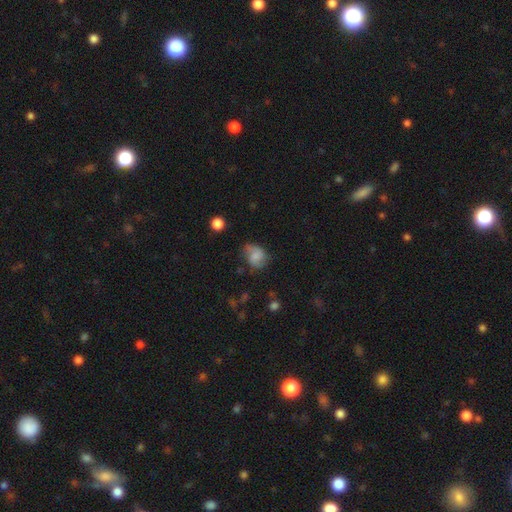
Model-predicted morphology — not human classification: smooth_or_featured: smooth (p=0.57) [alt: featured or disk p=0.33]
how_rounded: in between (p=0.55) [alt: round p=0.44]
merging: none (p=0.50) [alt: minor disturbance p=0.31]